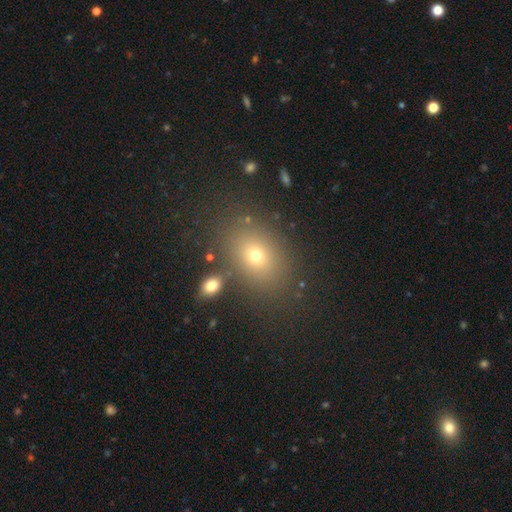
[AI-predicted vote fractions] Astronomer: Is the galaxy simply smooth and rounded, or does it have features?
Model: smooth — 66%.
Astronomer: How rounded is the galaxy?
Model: in between — 65%.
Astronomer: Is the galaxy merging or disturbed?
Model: none — 80%.